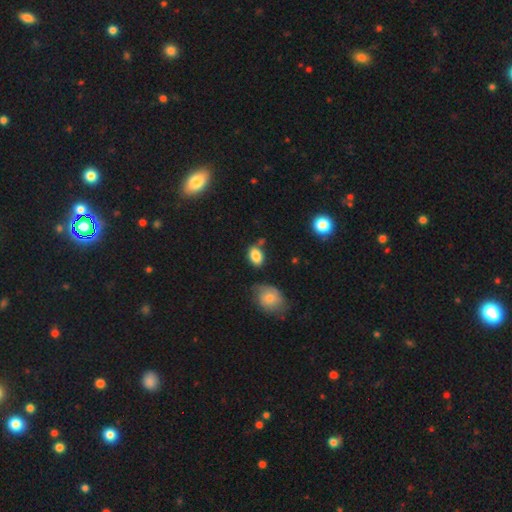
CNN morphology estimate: smooth-or-featured: smooth: 83% | star or artifact: 9% | featured or disk: 8%
  how-rounded: in between: 80% | round: 19% | cigar-shaped: 2%
  merging: none: 67% | minor disturbance: 19% | merger: 9% | major disturbance: 5%